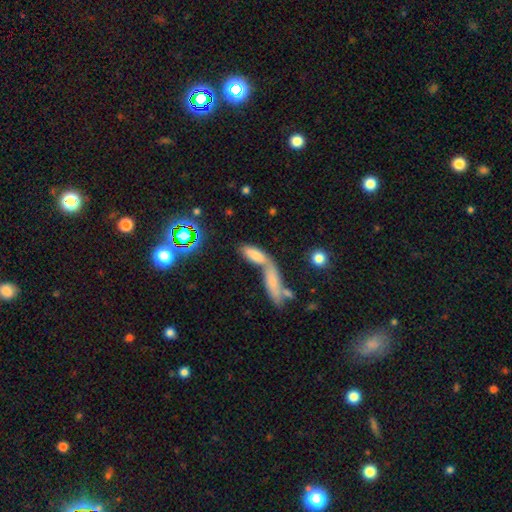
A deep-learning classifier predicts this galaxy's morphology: smooth_or_featured: smooth (p=0.55) [alt: featured or disk p=0.25]
how_rounded: in between (p=0.51) [alt: cigar-shaped p=0.42]
merging: merger (p=0.59) [alt: none p=0.26]